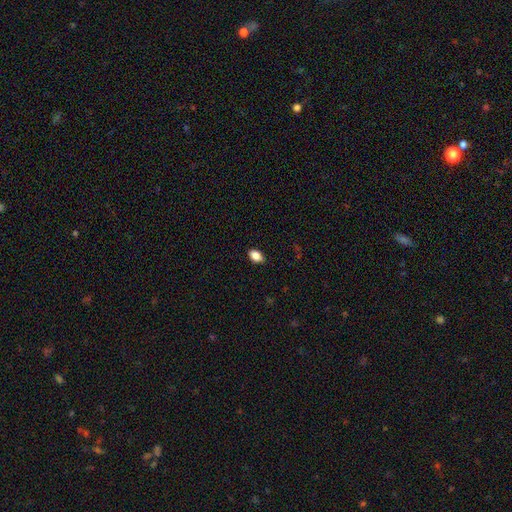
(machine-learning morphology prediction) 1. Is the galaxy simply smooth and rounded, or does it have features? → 88% smooth, 8% star or artifact, 4% featured or disk.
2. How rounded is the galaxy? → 88% in between, 10% round, 2% cigar-shaped.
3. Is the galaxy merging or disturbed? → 88% none, 9% minor disturbance, 2% major disturbance, 1% merger.